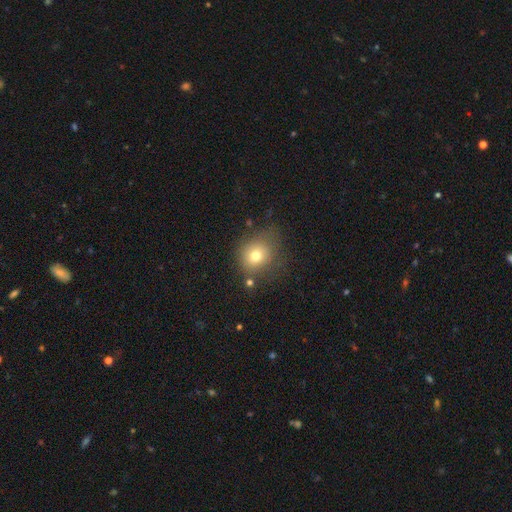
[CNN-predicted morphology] Overall: smooth (75%). How rounded: round (74%). Merging: none (63%).